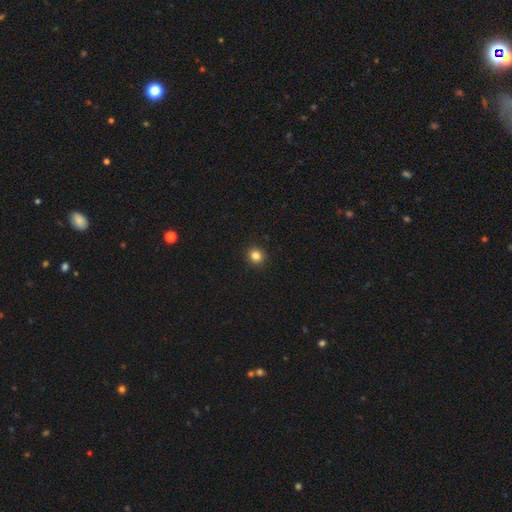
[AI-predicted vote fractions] The model was most divided on "smooth or featured": smooth: 83%, star or artifact: 12%, featured or disk: 4%. More confident: merging — none (93%); how rounded — round (92%).